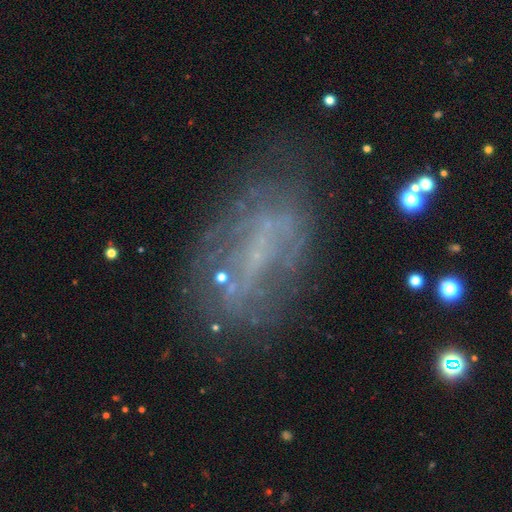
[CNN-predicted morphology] featured or disk 69%, smooth 18%, star or artifact 13%. Down the decision tree: edge-on disk — no (95%); bar — no (54%); spiral arms — no (57%); bulge size — small (48%); merging — none (57%).